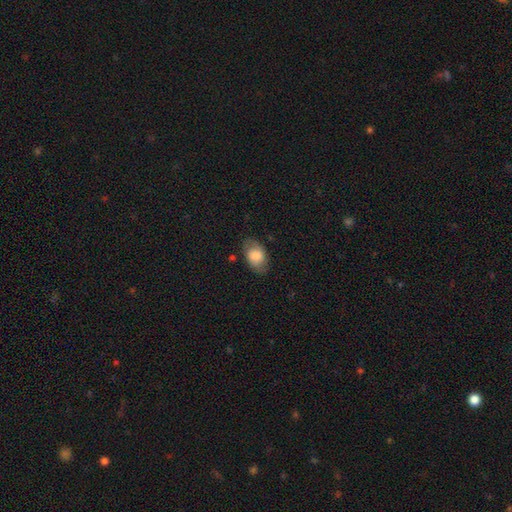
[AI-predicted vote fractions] The model was most divided on "smooth or featured": smooth: 72%, featured or disk: 21%, star or artifact: 7%. More confident: how rounded — in between (88%); merging — none (76%).